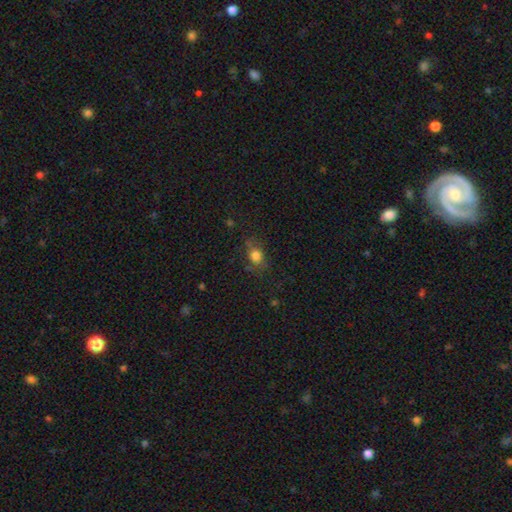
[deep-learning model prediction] smooth 78%, star or artifact 12%, featured or disk 9%. Down the decision tree: how rounded — in between (54%); merging — none (70%).